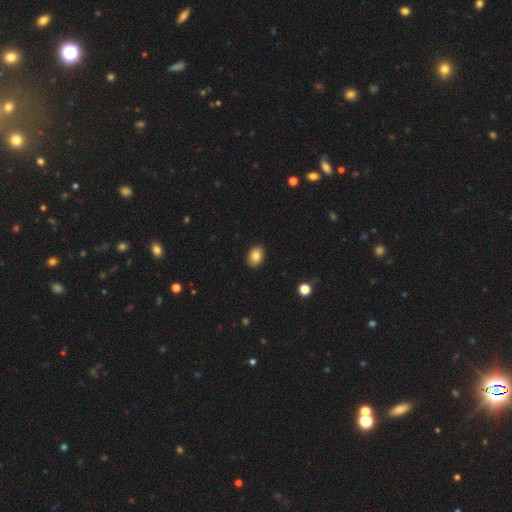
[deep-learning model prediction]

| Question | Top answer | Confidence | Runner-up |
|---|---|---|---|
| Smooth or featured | smooth | 84% | star or artifact (9%) |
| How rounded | in between | 77% | round (22%) |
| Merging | none | 90% | minor disturbance (8%) |